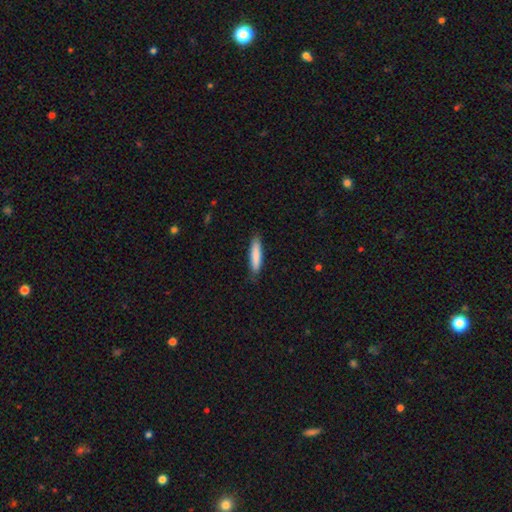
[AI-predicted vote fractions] Morphology: type=smooth (84%); roundness=cigar-shaped (82%); merging=none (84%).